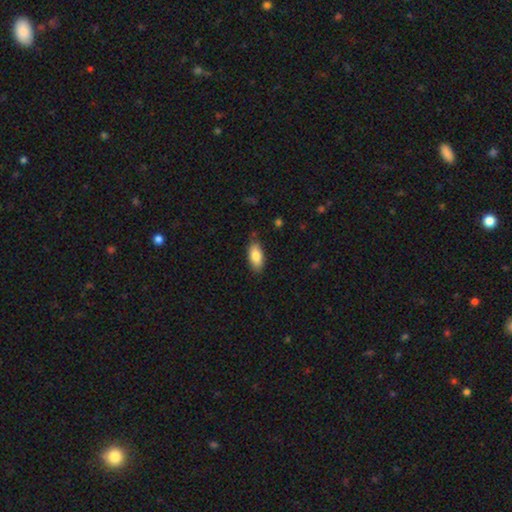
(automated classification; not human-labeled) A smooth galaxy with no disk features (83%) that is in between round and cigar-shaped (88%).

Vote fractions:
- Smooth or featured? smooth: 83% / featured or disk: 11% / star or artifact: 7%
- How rounded? in between: 88% / cigar-shaped: 10% / round: 2%
- Merging? none: 82% / minor disturbance: 14% / major disturbance: 3% / merger: 1%